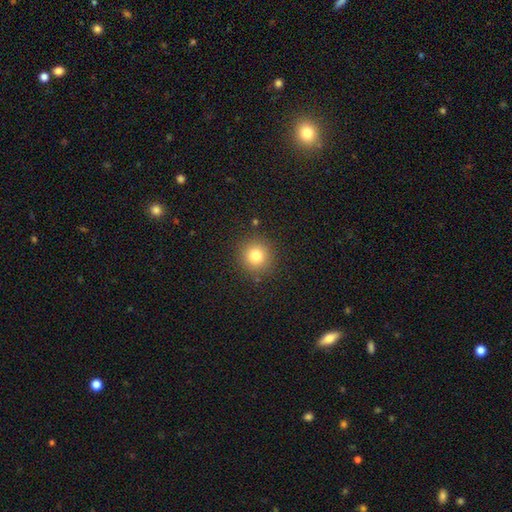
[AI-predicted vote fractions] Smooth or featured? Predicted: smooth (p=0.80). How rounded? Predicted: round (p=0.93). Merging? Predicted: none (p=0.89).